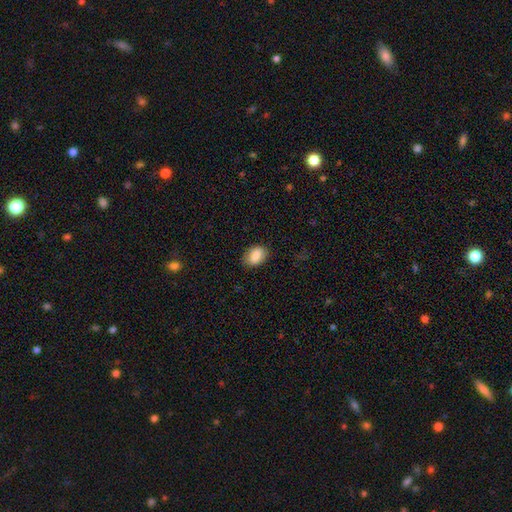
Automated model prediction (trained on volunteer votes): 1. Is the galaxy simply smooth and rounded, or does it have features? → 84% smooth, 8% featured or disk, 7% star or artifact.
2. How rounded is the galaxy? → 85% in between, 14% round, 1% cigar-shaped.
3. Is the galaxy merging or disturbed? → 82% none, 14% minor disturbance, 3% major disturbance, 1% merger.